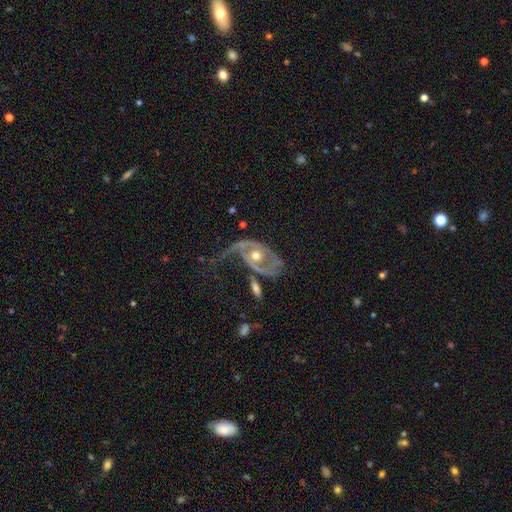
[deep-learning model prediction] Smooth or featured?
  - featured or disk: 79% *
  - smooth: 16%
  - star or artifact: 5%
Edge-on disk?
  - no: 94% *
  - yes: 6%
Bar?
  - no: 78% *
  - weak: 17%
  - strong: 5%
Spiral arms?
  - yes: 77% *
  - no: 23%
Spiral winding?
  - loose: 36% *
  - medium: 34%
  - tight: 30%
Spiral arm count?
  - 1: 45% *
  - 2: 38%
  - can't tell: 11%
  - 3: 2%
  - 4: 1%
  - more than 4: 1%
Bulge size?
  - moderate: 76% *
  - small: 12%
  - large: 9%
  - none: 1%
  - dominant: 1%
Merging?
  - major disturbance: 45% *
  - none: 26%
  - minor disturbance: 20%
  - merger: 9%